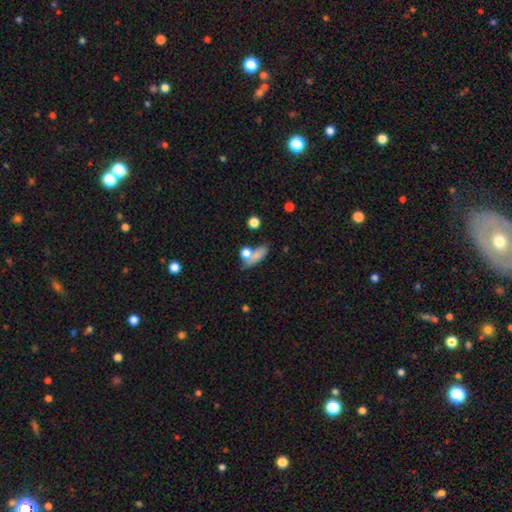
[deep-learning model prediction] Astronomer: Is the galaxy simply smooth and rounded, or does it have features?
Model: smooth — 72%.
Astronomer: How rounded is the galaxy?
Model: in between — 55%.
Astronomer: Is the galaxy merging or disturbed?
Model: none — 45% (runner-up: merger, 29%).